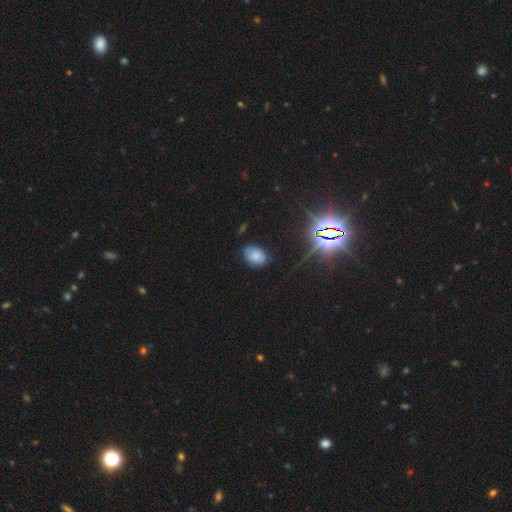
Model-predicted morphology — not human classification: type=smooth (74%); roundness=in between (76%); merging=none (76%).